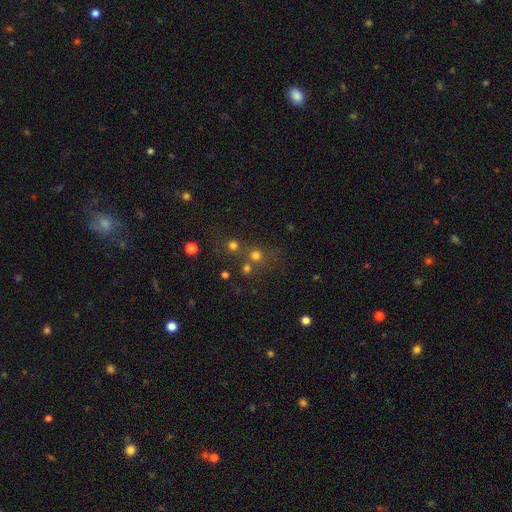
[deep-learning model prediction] The model was most divided on "merging": none: 63%, merger: 26%, minor disturbance: 7%, major disturbance: 4%. More confident: how rounded — round (91%); smooth or featured — smooth (68%).